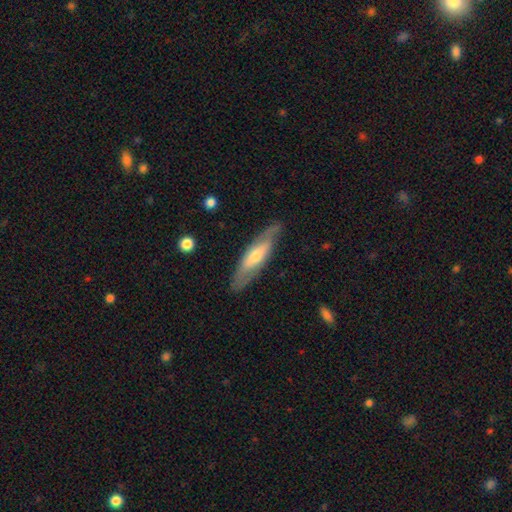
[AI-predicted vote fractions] Smooth or featured? featured or disk (59%)
Edge-on disk? yes (52%)
Merging? none (81%)